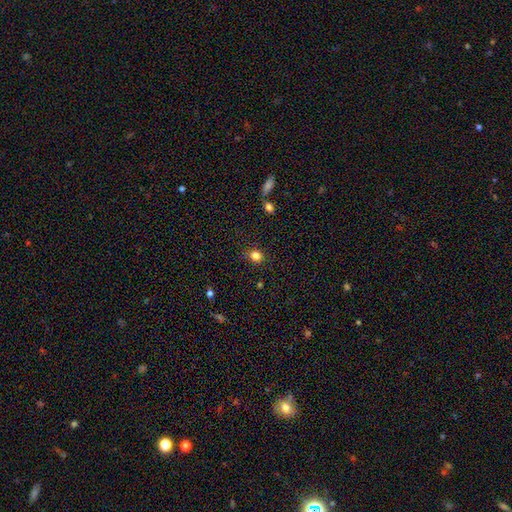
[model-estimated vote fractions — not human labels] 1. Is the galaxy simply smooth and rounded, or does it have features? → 83% smooth, 12% star or artifact, 5% featured or disk.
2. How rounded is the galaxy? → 69% round, 30% in between, 1% cigar-shaped.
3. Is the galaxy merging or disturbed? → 82% none, 13% minor disturbance, 3% major disturbance, 2% merger.